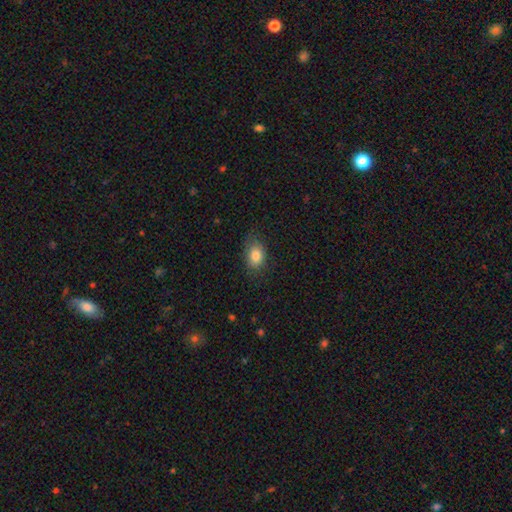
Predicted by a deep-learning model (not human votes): smooth_or_featured: smooth (p=0.83) [alt: star or artifact p=0.09]
how_rounded: in between (p=0.75) [alt: round p=0.23]
merging: none (p=0.76) [alt: minor disturbance p=0.18]